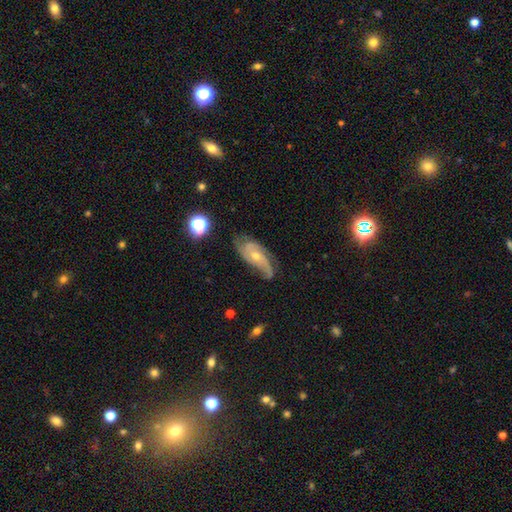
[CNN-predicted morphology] Overall: featured or disk (77%). Edge-on disk: no (91%). Bar: no (72%). Spiral arms: yes (93%). Spiral arm count: 2 (41%; 3 23%). Spiral winding: medium (41%; tight 36%). Bulge size: small (55%; moderate 42%). Merging: none (61%; minor disturbance 26%).